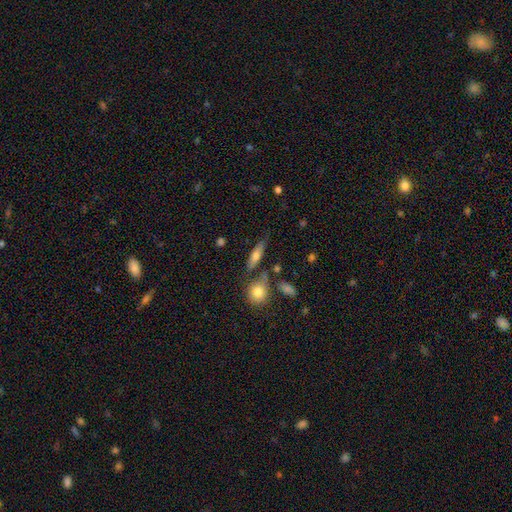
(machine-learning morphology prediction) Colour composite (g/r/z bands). It shows a smooth galaxy with no disk features (64%) that is cigar-shaped (54%). Merging: none (69%).